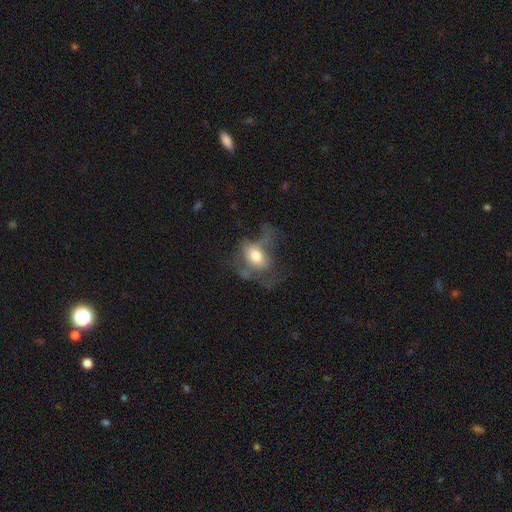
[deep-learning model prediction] smooth_or_featured: smooth (p=0.50) [alt: featured or disk p=0.41]
merging: major disturbance (p=0.48) [alt: none p=0.27]